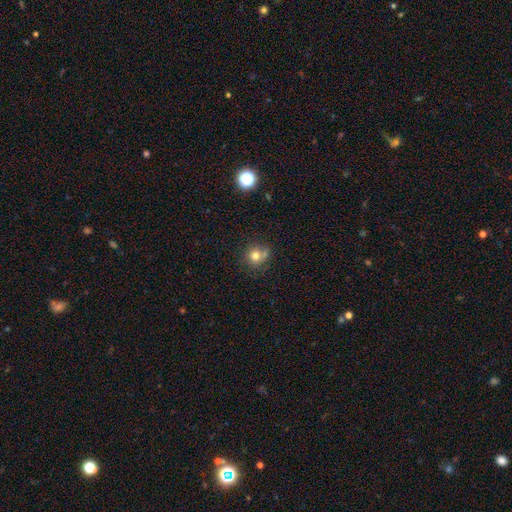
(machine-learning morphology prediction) This is likely a smooth galaxy (75%). How rounded: clearly round (84%). Merging: likely none (60%).